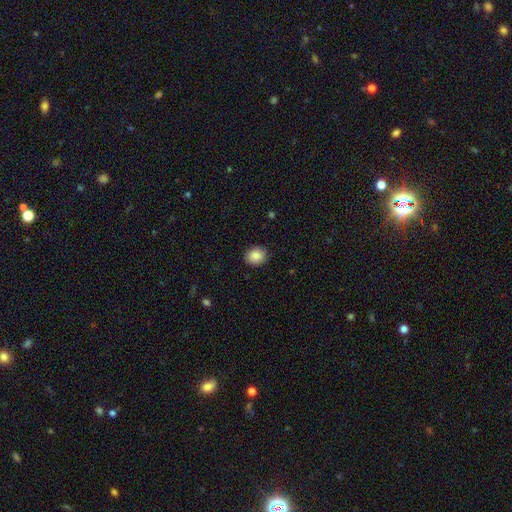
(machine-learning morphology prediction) smooth_or_featured: smooth (p=0.86) [alt: star or artifact p=0.08]
how_rounded: round (p=0.67) [alt: in between p=0.32]
merging: none (p=0.89) [alt: minor disturbance p=0.08]